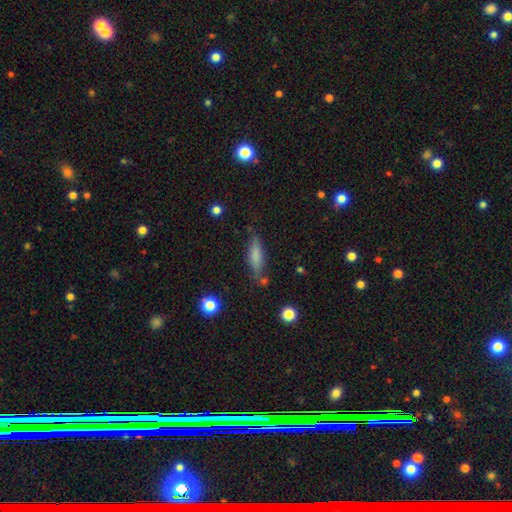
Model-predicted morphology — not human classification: The model was most divided on "how rounded": cigar-shaped: 64%, in between: 34%, round: 2%. More confident: smooth or featured — smooth (73%); merging — none (73%).